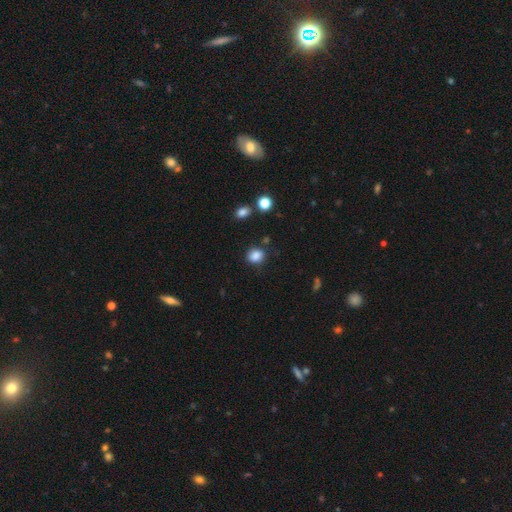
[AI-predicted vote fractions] Morphology: type=smooth (86%); roundness=round (61%); merging=none (78%).